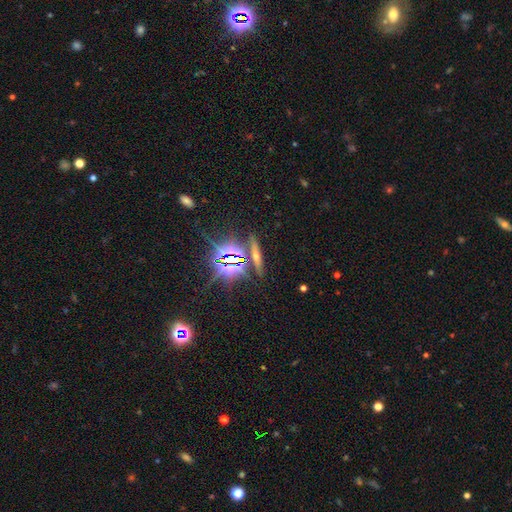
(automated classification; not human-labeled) Q: Smooth or featured?
A: star or artifact (38%); runner-up: smooth (33%)